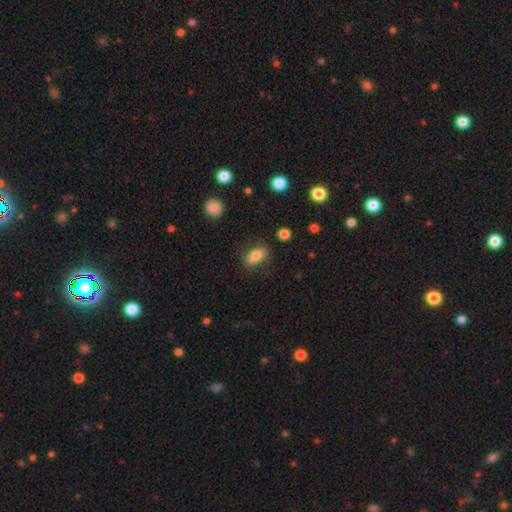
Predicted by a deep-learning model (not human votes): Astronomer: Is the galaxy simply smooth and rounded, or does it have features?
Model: smooth — 80%.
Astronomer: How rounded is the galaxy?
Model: in between — 87%.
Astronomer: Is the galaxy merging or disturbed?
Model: none — 81%.